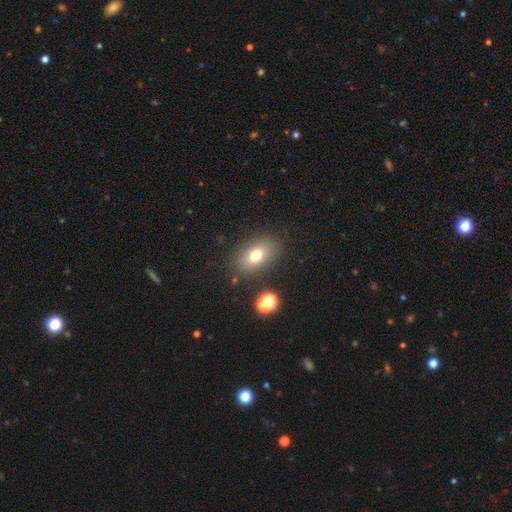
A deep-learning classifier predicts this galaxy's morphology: Smooth or featured? smooth (74%)
How rounded? in between (82%)
Merging? none (83%)